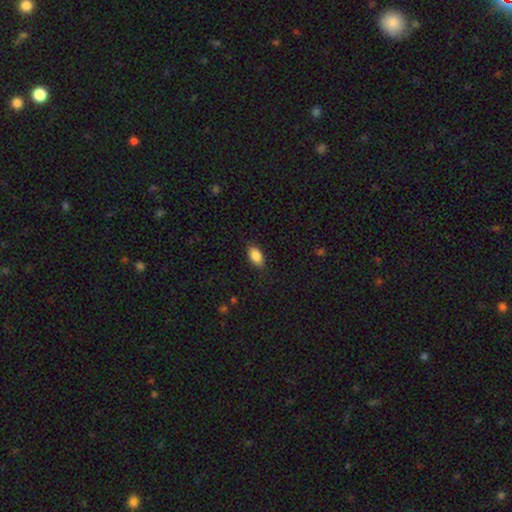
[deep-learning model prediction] Overall: smooth (86%). How rounded: in between (91%). Merging: none (86%).